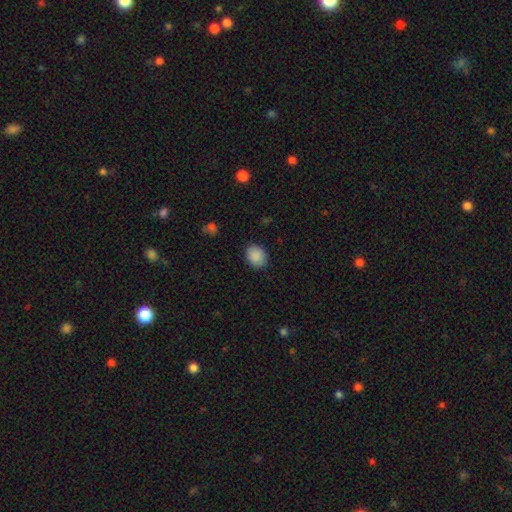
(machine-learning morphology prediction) This is clearly a smooth galaxy (89%). How rounded: possibly in between (53%). Merging: clearly none (86%).